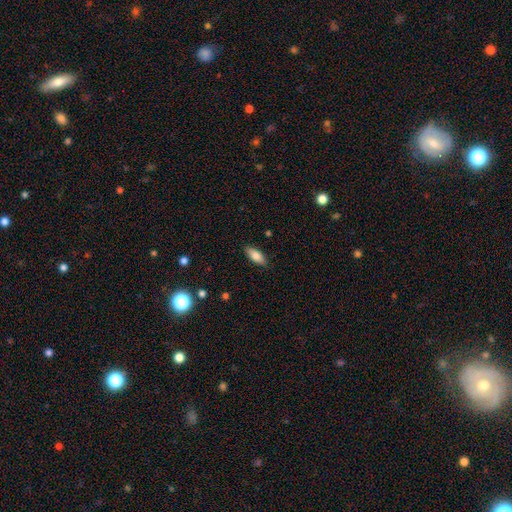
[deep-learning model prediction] smooth-or-featured: smooth: 82% | featured or disk: 11% | star or artifact: 7%
  how-rounded: in between: 81% | cigar-shaped: 17% | round: 2%
  merging: none: 88% | minor disturbance: 9% | major disturbance: 2% | merger: 1%